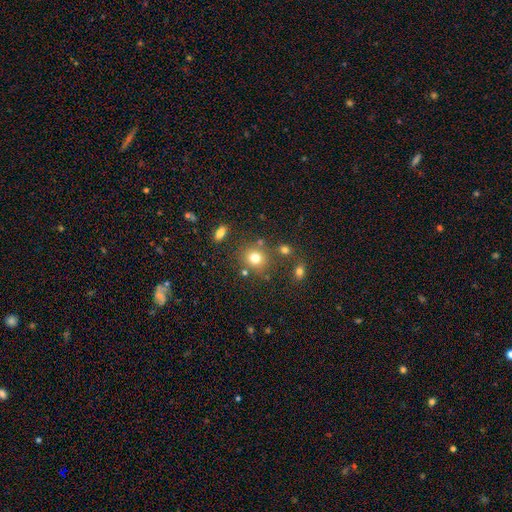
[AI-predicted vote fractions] Smooth or featured? Predicted: smooth (p=0.76). How rounded? Predicted: round (p=0.80). Merging? Predicted: none (p=0.75).